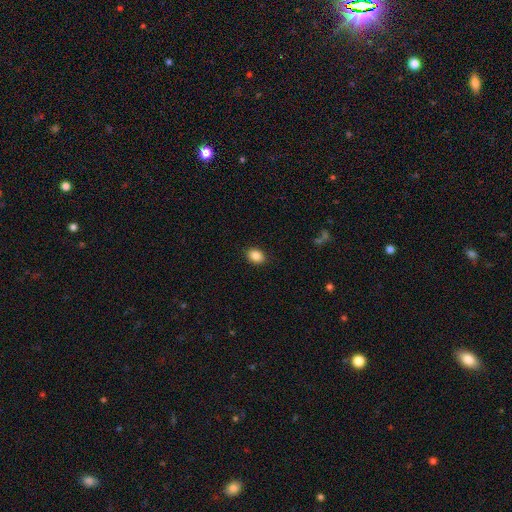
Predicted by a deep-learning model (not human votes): Smooth or featured? Predicted: smooth (p=0.88). How rounded? Predicted: in between (p=0.68). Merging? Predicted: none (p=0.89).